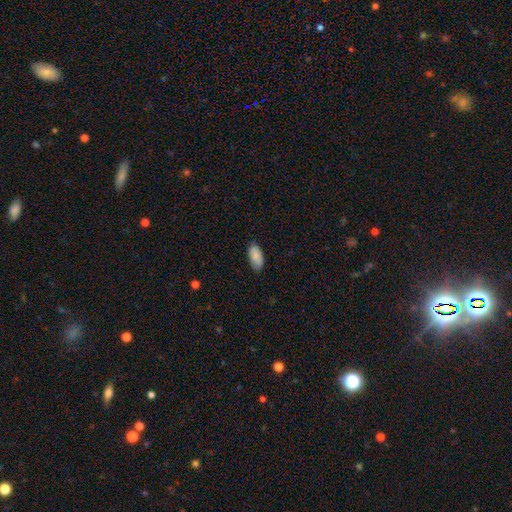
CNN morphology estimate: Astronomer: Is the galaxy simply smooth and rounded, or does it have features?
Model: smooth — 88%.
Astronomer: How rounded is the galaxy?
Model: in between — 92%.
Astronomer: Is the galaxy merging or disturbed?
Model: none — 81%.